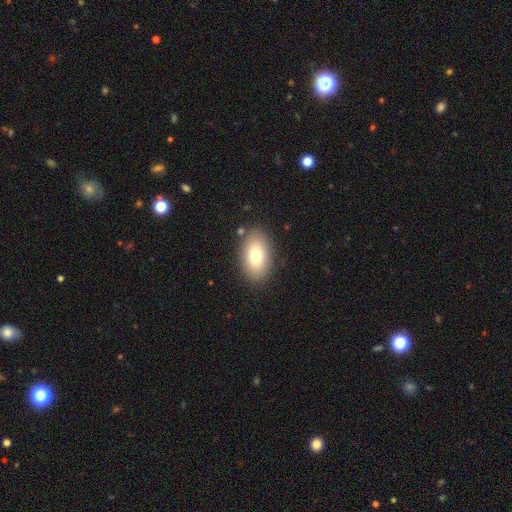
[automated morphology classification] type=smooth (77%); roundness=in between (91%); merging=none (86%).